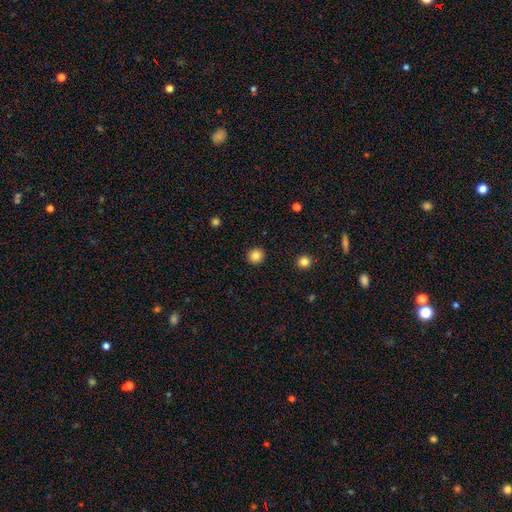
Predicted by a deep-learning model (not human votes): This is clearly a smooth galaxy (83%). How rounded: clearly round (91%). Merging: clearly none (92%).